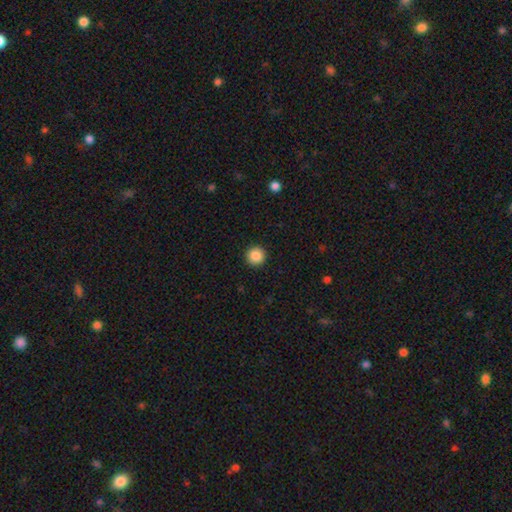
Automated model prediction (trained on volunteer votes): Q: Smooth or featured?
A: smooth (87%); runner-up: star or artifact (9%)
Q: How rounded?
A: round (96%); runner-up: in between (3%)
Q: Merging?
A: none (93%); runner-up: minor disturbance (4%)